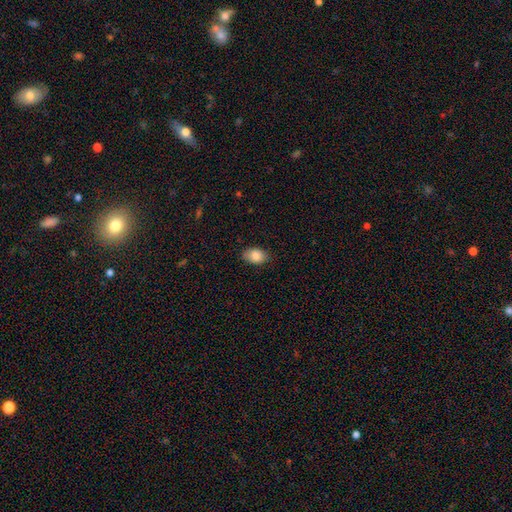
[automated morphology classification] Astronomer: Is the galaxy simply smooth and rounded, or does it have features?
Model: smooth — 86%.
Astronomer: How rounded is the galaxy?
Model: in between — 86%.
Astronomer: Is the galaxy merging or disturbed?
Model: none — 80%.